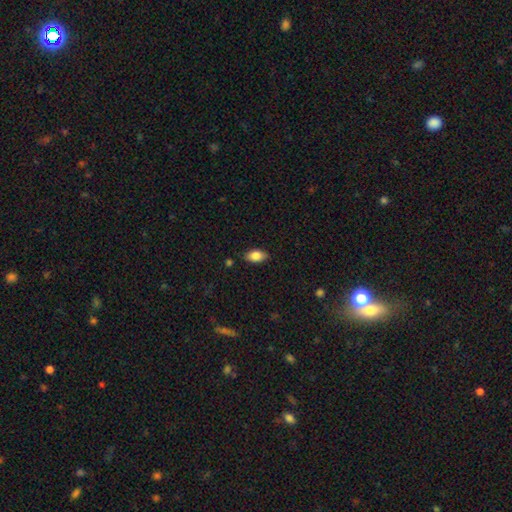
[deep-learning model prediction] smooth-or-featured: smooth: 83% | featured or disk: 10% | star or artifact: 7%
  how-rounded: in between: 91% | round: 5% | cigar-shaped: 4%
  merging: none: 85% | minor disturbance: 11% | major disturbance: 2% | merger: 2%